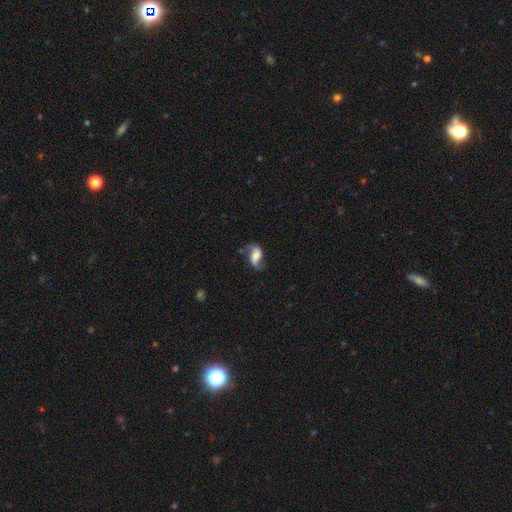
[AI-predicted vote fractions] Smooth or featured? Predicted: featured or disk (p=0.60). Edge-on disk? Predicted: no (p=0.96). Bar? Predicted: no (p=0.42). Spiral arms? Predicted: yes (p=0.89). Spiral winding? Predicted: loose (p=0.64). Spiral arm count? Predicted: 2 (p=0.85). Bulge size? Predicted: large (p=0.30). Merging? Predicted: none (p=0.58).